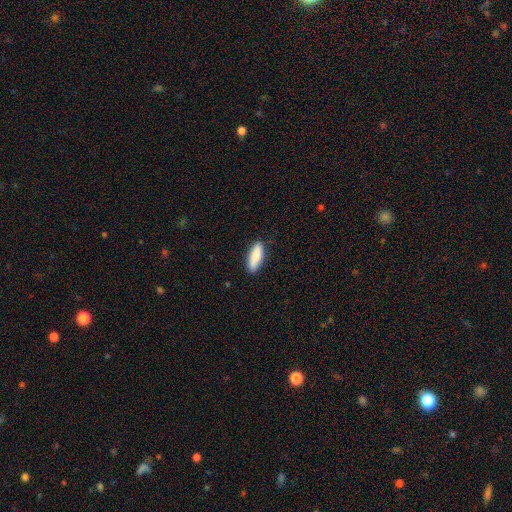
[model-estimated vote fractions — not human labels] The model was most divided on "how rounded": in between: 54%, cigar-shaped: 44%, round: 2%. More confident: merging — none (85%); smooth or featured — smooth (83%).